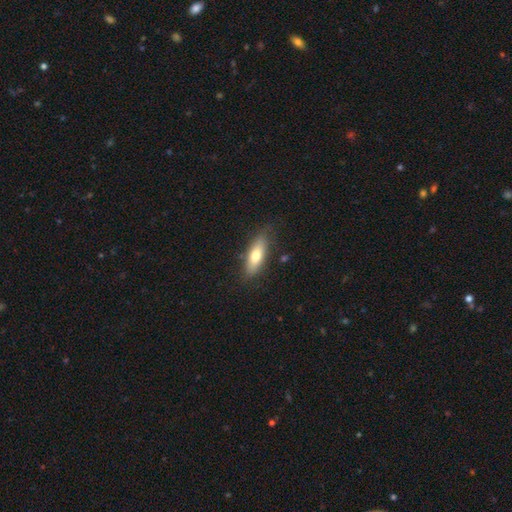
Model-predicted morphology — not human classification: The model was most divided on "how rounded": in between: 63%, cigar-shaped: 34%, round: 3%. More confident: merging — none (79%); smooth or featured — smooth (69%).